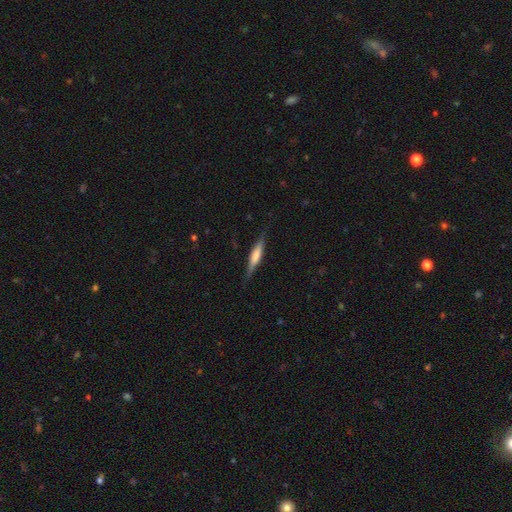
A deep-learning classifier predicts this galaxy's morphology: smooth-or-featured: smooth: 50% | featured or disk: 44% | star or artifact: 6%
  merging: none: 84% | minor disturbance: 12% | major disturbance: 3% | merger: 1%